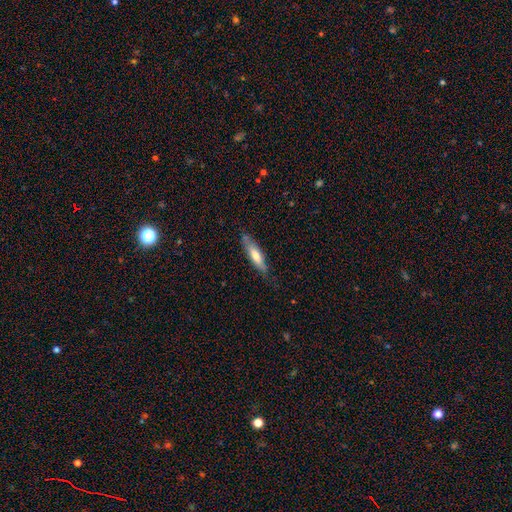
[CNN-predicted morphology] smooth_or_featured: smooth (p=0.64) [alt: featured or disk p=0.30]
how_rounded: cigar-shaped (p=0.72) [alt: in between p=0.27]
merging: none (p=0.75) [alt: minor disturbance p=0.19]